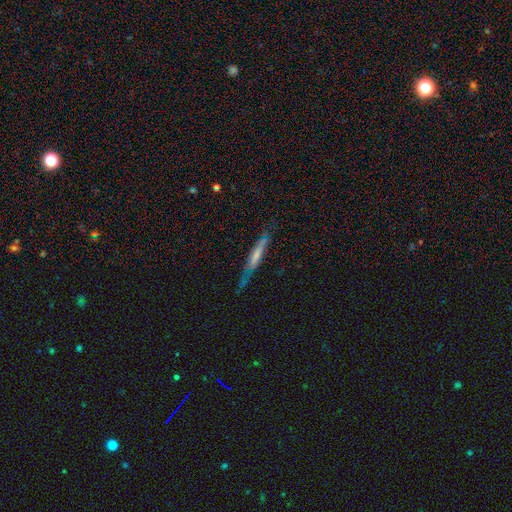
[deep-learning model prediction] smooth-or-featured: featured or disk: 62% | smooth: 30% | star or artifact: 8%
  disk-edge-on: yes: 92% | no: 8%
    edge-on-bulge: none: 50% | rounded: 36% | boxy: 14%
  merging: none: 79% | minor disturbance: 16% | major disturbance: 4% | merger: 2%